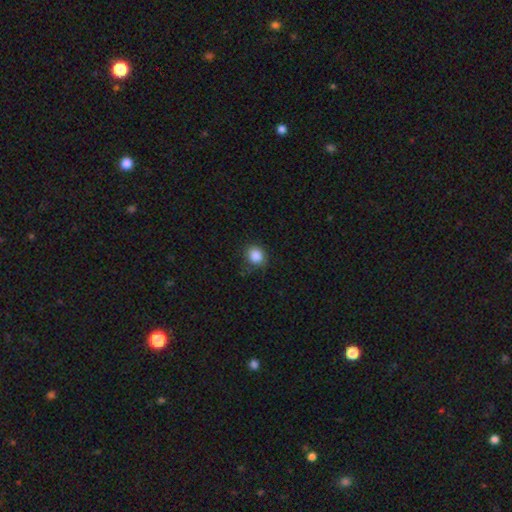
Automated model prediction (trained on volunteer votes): Morphology: type=smooth (86%); roundness=round (77%); merging=none (75%).